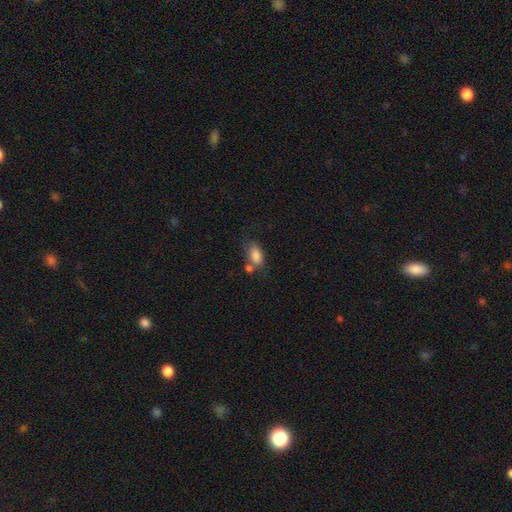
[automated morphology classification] Smooth or featured: smooth — 84% (star or artifact — 8%)
How rounded: in between — 89% (round — 7%)
Merging: none — 47% (merger — 26%)